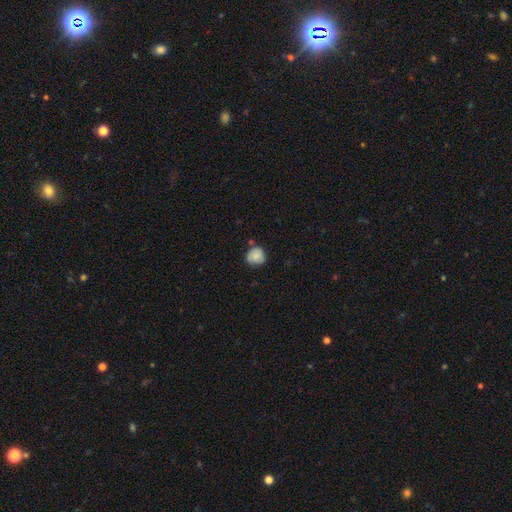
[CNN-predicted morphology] smooth_or_featured: smooth (p=0.78) [alt: featured or disk p=0.14]
how_rounded: round (p=0.87) [alt: in between p=0.12]
merging: none (p=0.70) [alt: minor disturbance p=0.23]